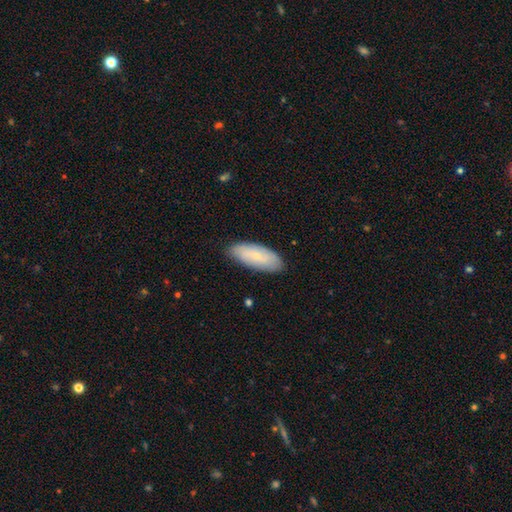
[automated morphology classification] smooth-or-featured: smooth: 70% | featured or disk: 24% | star or artifact: 6%
  how-rounded: in between: 82% | cigar-shaped: 16% | round: 2%
  merging: none: 84% | minor disturbance: 13% | major disturbance: 2% | merger: 1%